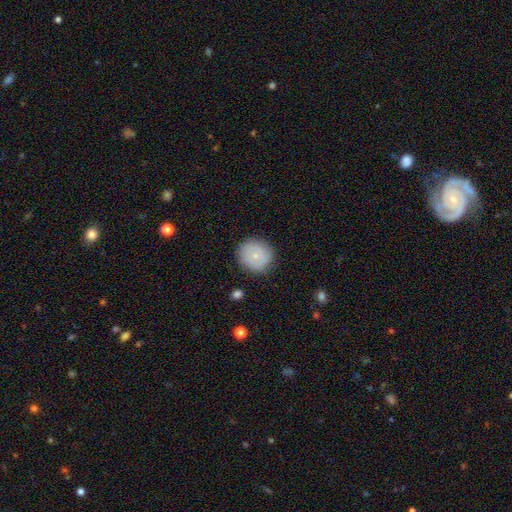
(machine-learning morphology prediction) Overall: smooth (72%). How rounded: round (88%). Merging: none (83%).